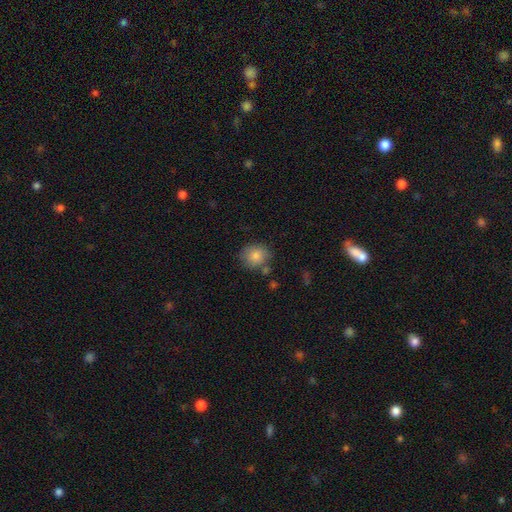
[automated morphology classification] Q: Smooth or featured?
A: smooth (83%); runner-up: featured or disk (9%)
Q: How rounded?
A: round (79%); runner-up: in between (21%)
Q: Merging?
A: none (74%); runner-up: minor disturbance (15%)